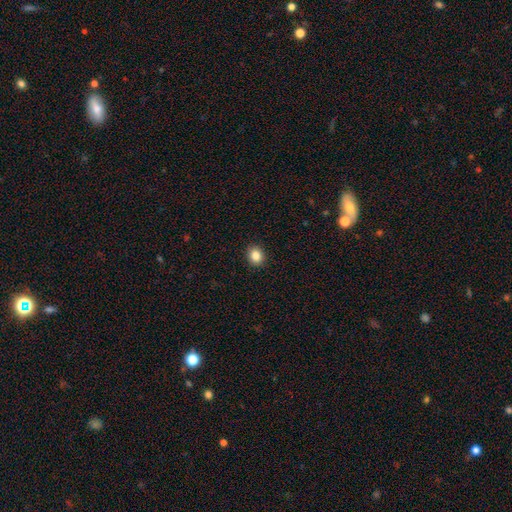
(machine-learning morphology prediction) smooth-or-featured: smooth: 86% | star or artifact: 10% | featured or disk: 4%
  how-rounded: round: 59% | in between: 41% | cigar-shaped: 1%
  merging: none: 92% | minor disturbance: 6% | major disturbance: 2% | merger: 1%